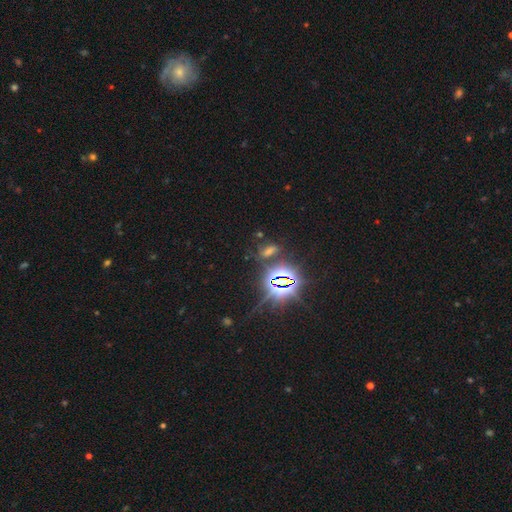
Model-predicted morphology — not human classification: Smooth or featured: star or artifact — 80% (smooth — 13%)